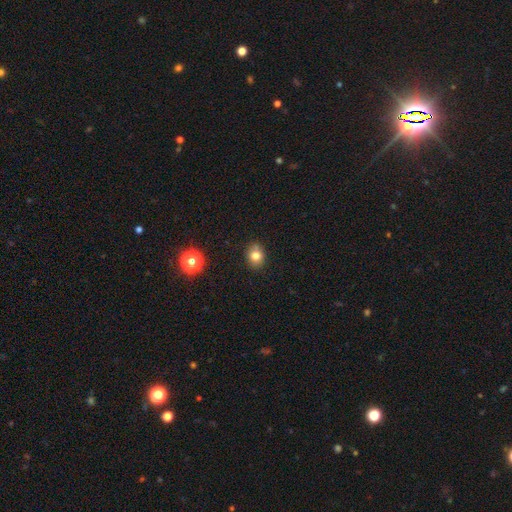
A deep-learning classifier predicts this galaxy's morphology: type=smooth (78%); roundness=round (61%); merging=none (81%).